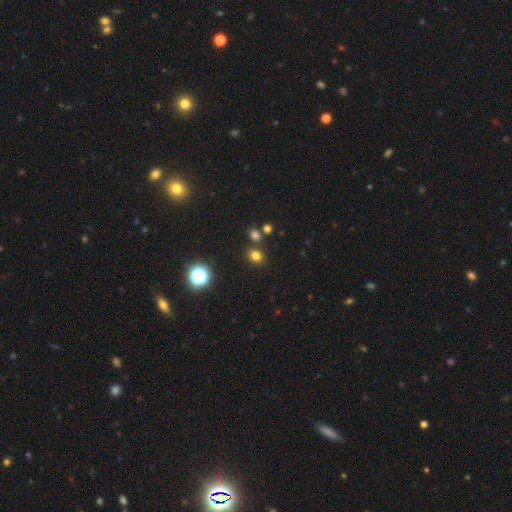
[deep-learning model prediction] Smooth or featured? smooth (76%)
How rounded? round (62%)
Merging? none (80%)